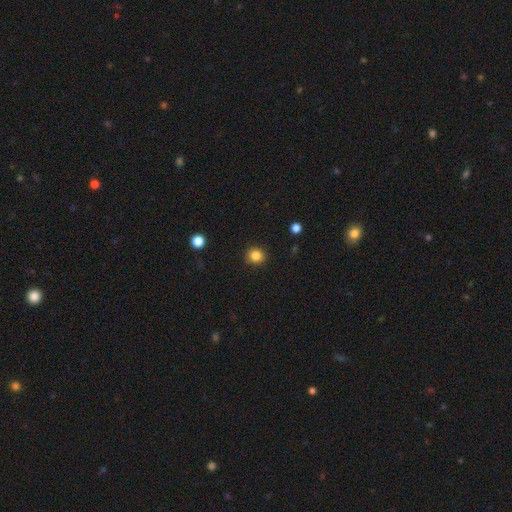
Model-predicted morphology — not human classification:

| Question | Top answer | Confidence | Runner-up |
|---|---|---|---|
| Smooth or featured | smooth | 84% | star or artifact (11%) |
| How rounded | round | 87% | in between (12%) |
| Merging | none | 90% | minor disturbance (7%) |